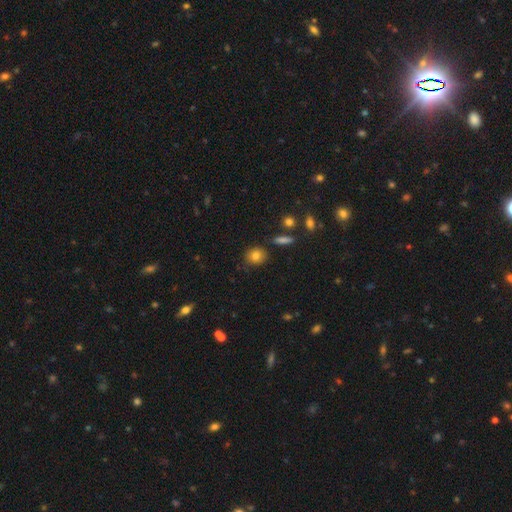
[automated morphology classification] The model was most divided on "how rounded": round: 71%, in between: 27%, cigar-shaped: 2%. More confident: merging — none (81%); smooth or featured — smooth (81%).